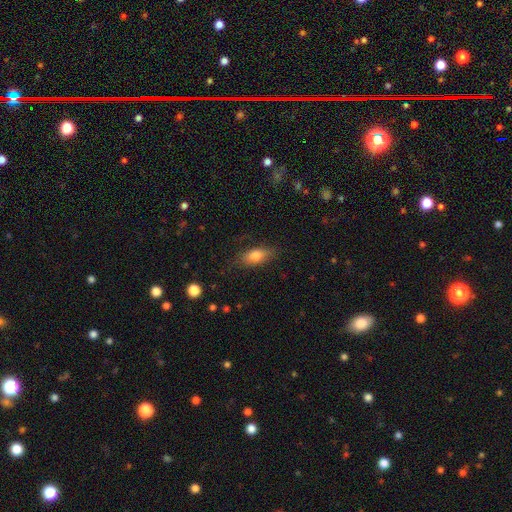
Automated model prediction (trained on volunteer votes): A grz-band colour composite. It shows a smooth galaxy with no disk features (77%) that is in between round and cigar-shaped (80%). Merging: none (76%).